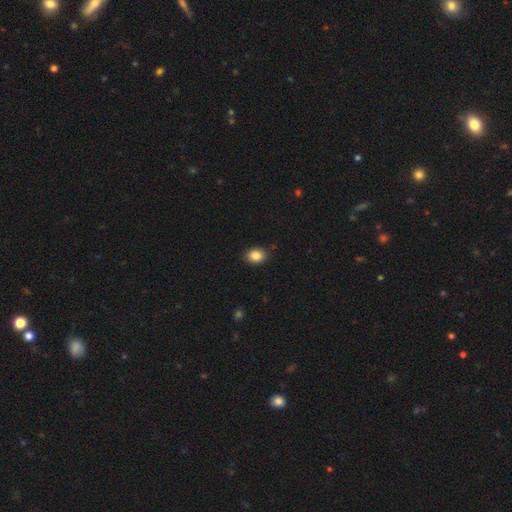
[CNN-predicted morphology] smooth_or_featured: smooth (p=0.85) [alt: star or artifact p=0.09]
how_rounded: in between (p=0.55) [alt: round p=0.45]
merging: none (p=0.87) [alt: minor disturbance p=0.09]